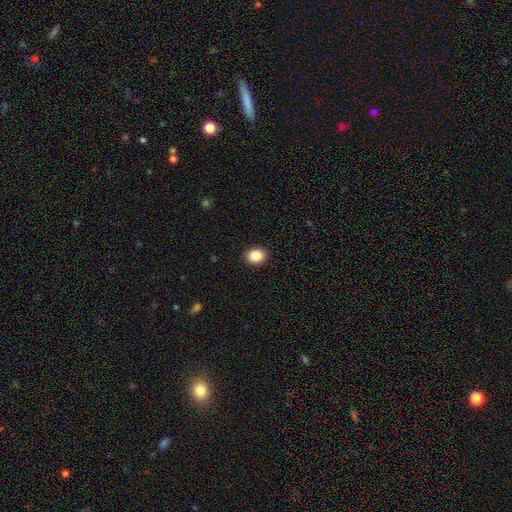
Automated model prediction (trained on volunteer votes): smooth-or-featured: smooth: 88% | star or artifact: 8% | featured or disk: 3%
  how-rounded: in between: 50% | round: 49% | cigar-shaped: 1%
  merging: none: 91% | minor disturbance: 6% | major disturbance: 2% | merger: 1%